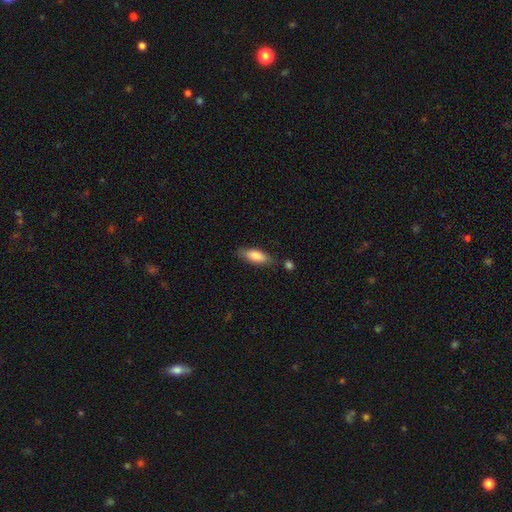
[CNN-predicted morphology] smooth 79%, featured or disk 14%, star or artifact 6%. Down the decision tree: how rounded — in between (64%); merging — none (76%).